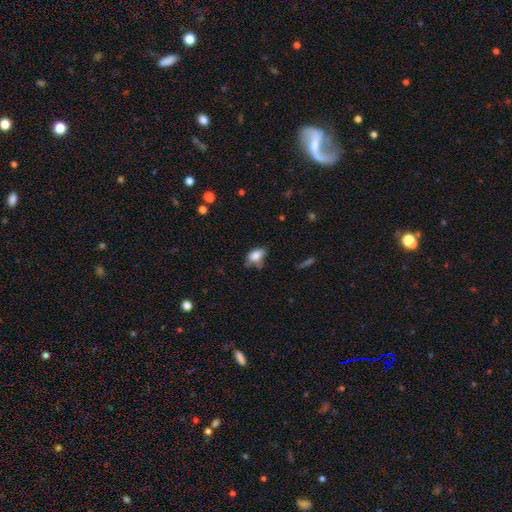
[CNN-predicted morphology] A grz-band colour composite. It shows a smooth galaxy with no disk features (81%) that is in between round and cigar-shaped (89%). Merging: none (51%).